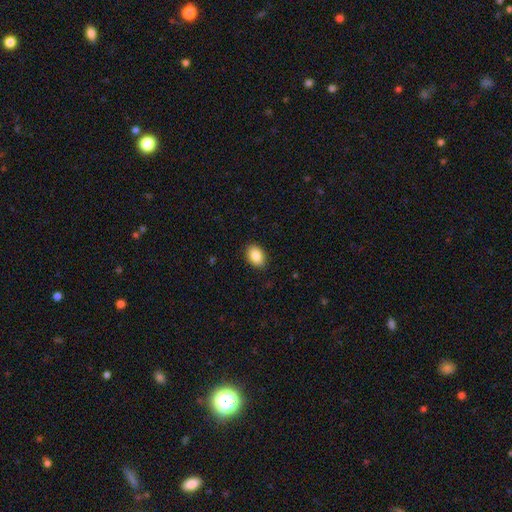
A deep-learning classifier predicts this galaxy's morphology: smooth-or-featured: smooth: 88% | star or artifact: 7% | featured or disk: 5%
  how-rounded: in between: 85% | round: 14% | cigar-shaped: 1%
  merging: none: 89% | minor disturbance: 9% | major disturbance: 2% | merger: 1%